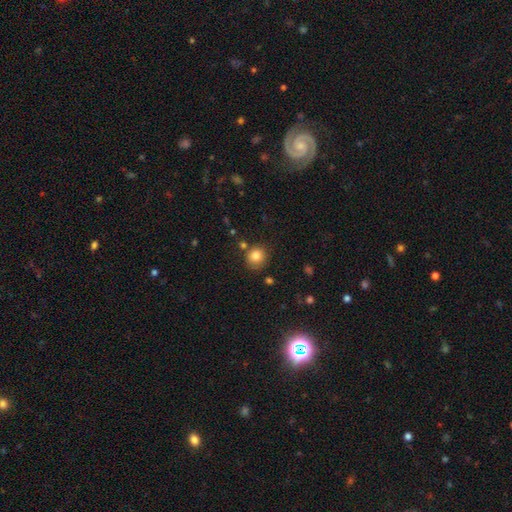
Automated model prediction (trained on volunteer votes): smooth 84%, star or artifact 11%, featured or disk 6%. Down the decision tree: how rounded — round (85%); merging — none (76%).